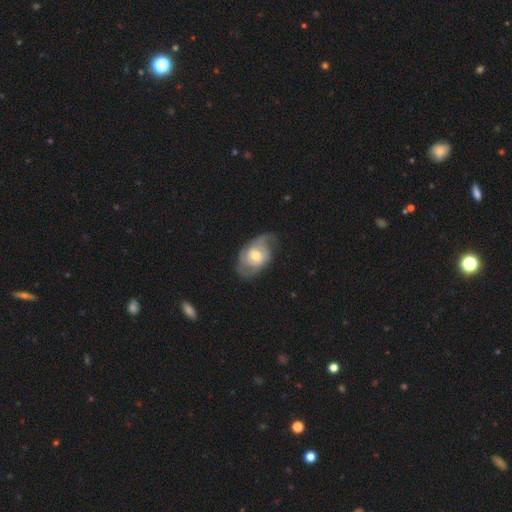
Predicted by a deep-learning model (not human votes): Smooth or featured?
  - featured or disk: 72% *
  - smooth: 22%
  - star or artifact: 6%
Edge-on disk?
  - no: 96% *
  - yes: 4%
Bar?
  - no: 61% *
  - weak: 32%
  - strong: 7%
Spiral arms?
  - yes: 88% *
  - no: 12%
Spiral winding?
  - medium: 42% *
  - tight: 34%
  - loose: 24%
Spiral arm count?
  - 2: 54% *
  - can't tell: 22%
  - 3: 12%
  - 1: 6%
  - 4: 3%
  - more than 4: 2%
Bulge size?
  - moderate: 62% *
  - small: 28%
  - large: 7%
  - none: 1%
  - dominant: 1%
Merging?
  - none: 59% *
  - minor disturbance: 24%
  - major disturbance: 15%
  - merger: 1%